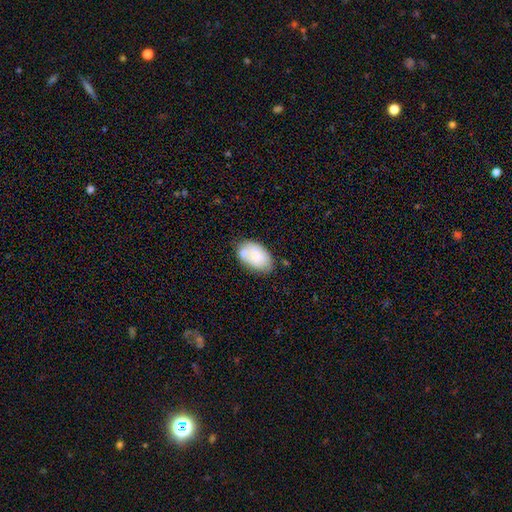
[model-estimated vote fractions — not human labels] Smooth or featured? Predicted: smooth (p=0.74). How rounded? Predicted: in between (p=0.92). Merging? Predicted: none (p=0.58).